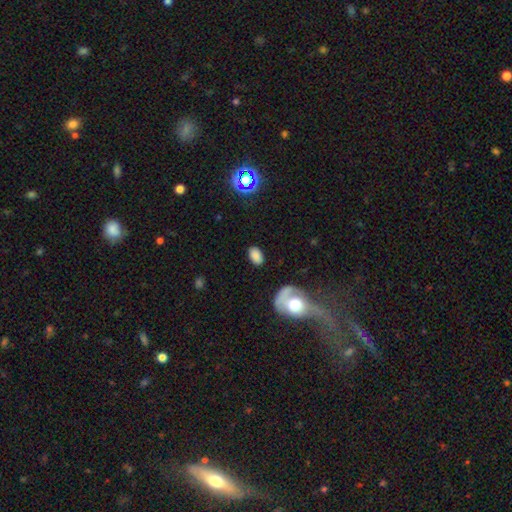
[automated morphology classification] smooth-or-featured: smooth: 81% | star or artifact: 11% | featured or disk: 9%
  how-rounded: in between: 91% | round: 8% | cigar-shaped: 2%
  merging: none: 82% | minor disturbance: 12% | major disturbance: 4% | merger: 2%